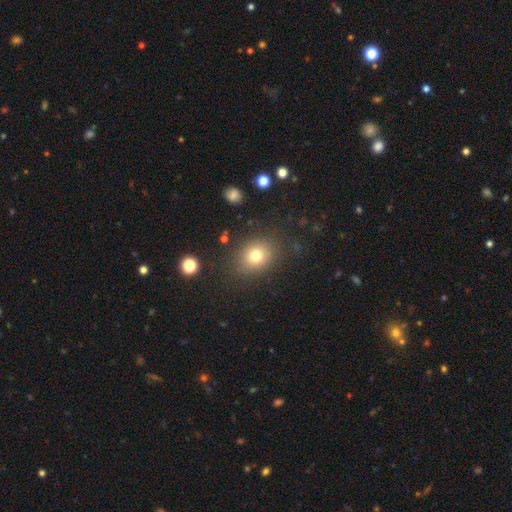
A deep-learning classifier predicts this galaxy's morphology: Overall: smooth (76%). How rounded: round (59%; in between 40%). Merging: none (82%).